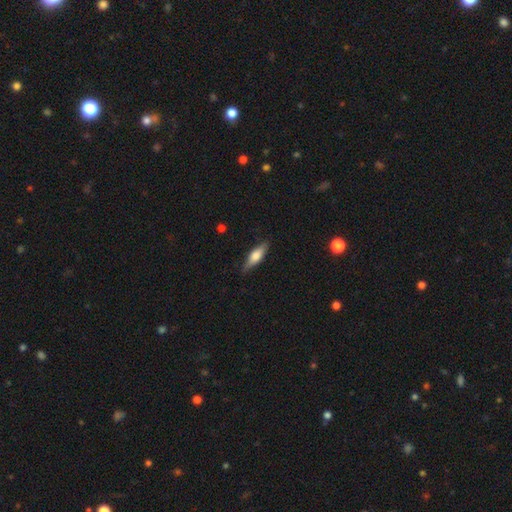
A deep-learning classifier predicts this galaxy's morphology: smooth-or-featured: smooth: 55% | featured or disk: 39% | star or artifact: 6%
  how-rounded: cigar-shaped: 53% | in between: 44% | round: 3%
  merging: none: 83% | minor disturbance: 13% | major disturbance: 3% | merger: 1%